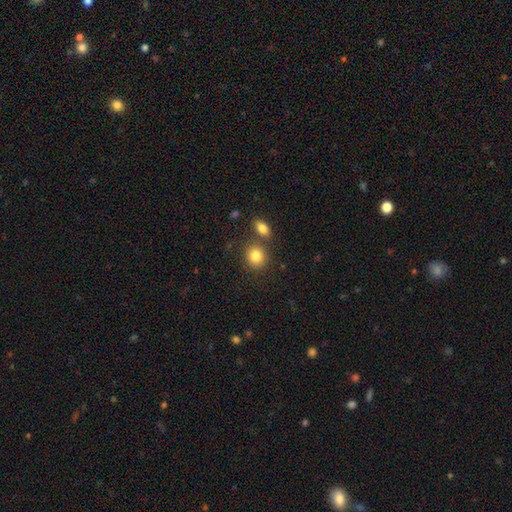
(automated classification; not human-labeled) A smooth galaxy with no disk features (84%) that is round (76%).

Vote fractions:
- Smooth or featured? smooth: 84% / star or artifact: 9% / featured or disk: 7%
- How rounded? round: 76% / in between: 23% / cigar-shaped: 1%
- Merging? none: 71% / merger: 17% / minor disturbance: 9% / major disturbance: 3%